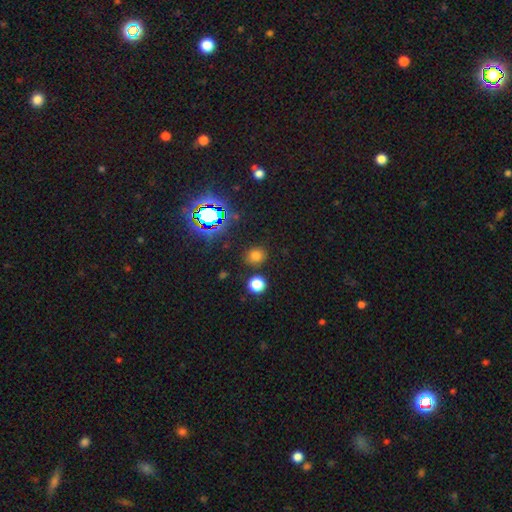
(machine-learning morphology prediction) Q: Smooth or featured?
A: smooth (70%); runner-up: star or artifact (24%)
Q: How rounded?
A: round (77%); runner-up: in between (21%)
Q: Merging?
A: none (84%); runner-up: minor disturbance (8%)